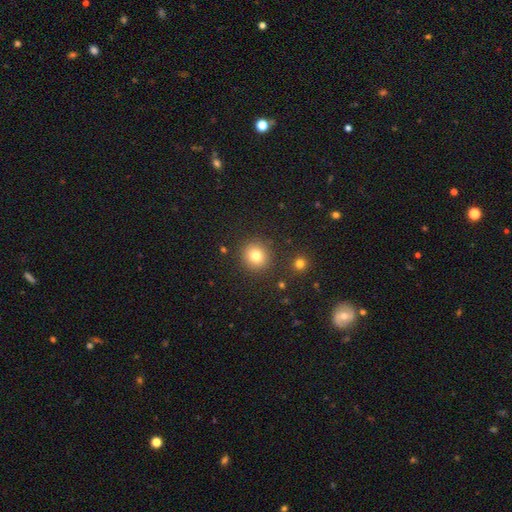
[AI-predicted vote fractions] The model was most divided on "smooth or featured": smooth: 79%, star or artifact: 13%, featured or disk: 8%. More confident: how rounded — round (91%); merging — none (89%).